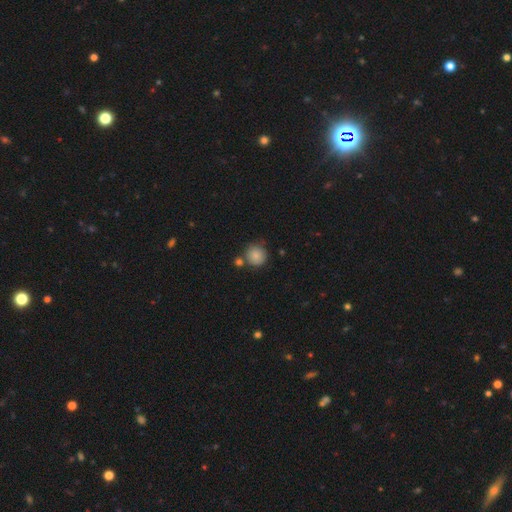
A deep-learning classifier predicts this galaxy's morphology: This appears to be a smooth galaxy with no disk features (86%) that is round (92%). Merging: none (73%).